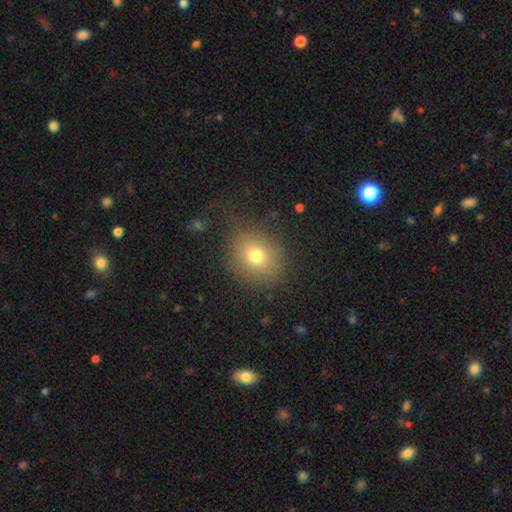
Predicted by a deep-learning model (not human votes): Smooth or featured? smooth (73%)
How rounded? round (68%)
Merging? none (76%)